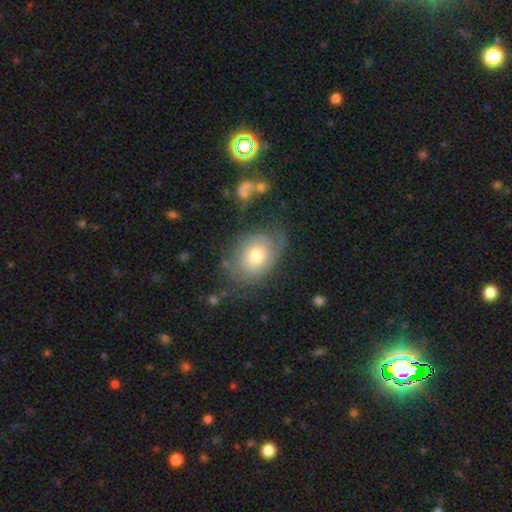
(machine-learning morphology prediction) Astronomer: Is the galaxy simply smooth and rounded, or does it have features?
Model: smooth — 55% (runner-up: featured or disk, 36%).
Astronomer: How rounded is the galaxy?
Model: in between — 68%.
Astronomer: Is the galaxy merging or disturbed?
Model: none — 55%.